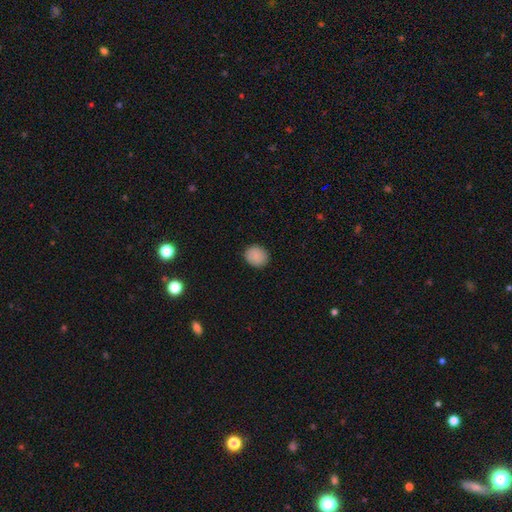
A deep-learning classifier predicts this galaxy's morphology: type=smooth (89%); roundness=round (72%); merging=none (90%).